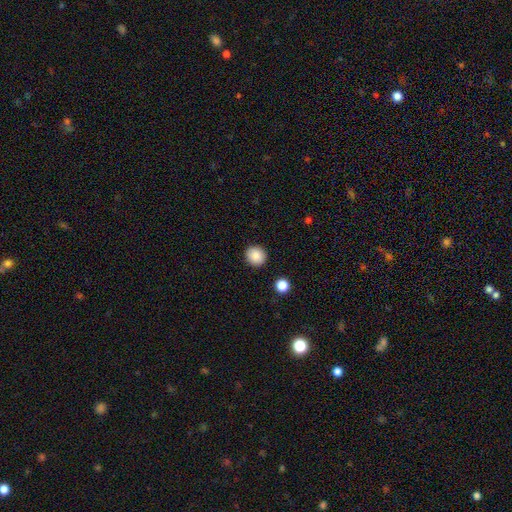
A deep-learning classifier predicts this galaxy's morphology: Smooth or featured? Predicted: smooth (p=0.87). How rounded? Predicted: round (p=0.89). Merging? Predicted: none (p=0.91).